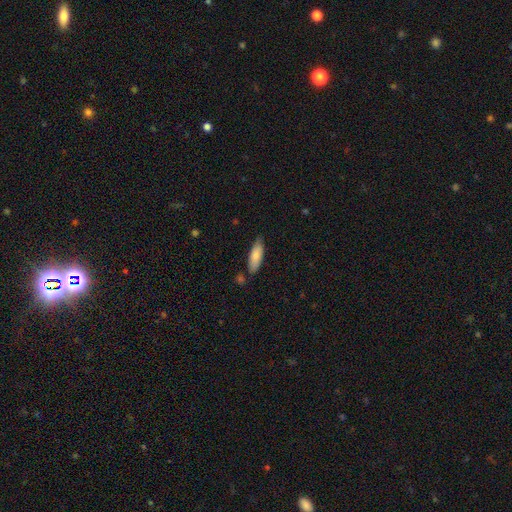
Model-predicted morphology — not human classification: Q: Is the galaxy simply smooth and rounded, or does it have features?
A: smooth — 81%.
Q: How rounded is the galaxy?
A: in between — 59%.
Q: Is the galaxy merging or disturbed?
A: none — 76%.